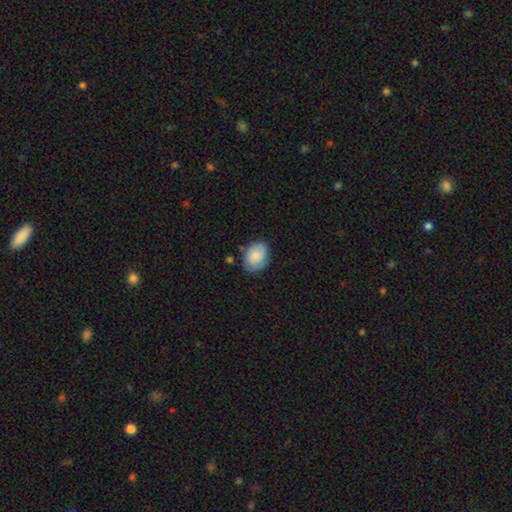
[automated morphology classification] Q: Smooth or featured?
A: smooth (80%); runner-up: featured or disk (13%)
Q: How rounded?
A: in between (69%); runner-up: round (30%)
Q: Merging?
A: none (74%); runner-up: minor disturbance (19%)